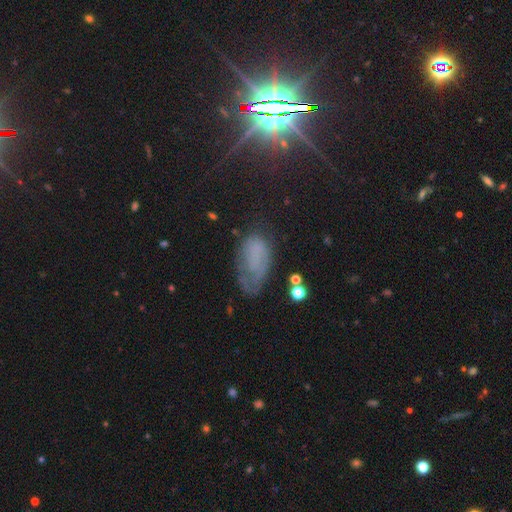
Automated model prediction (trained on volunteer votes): This is possibly a smooth galaxy (50%). How rounded: clearly in between (90%). Merging: possibly none (46%).